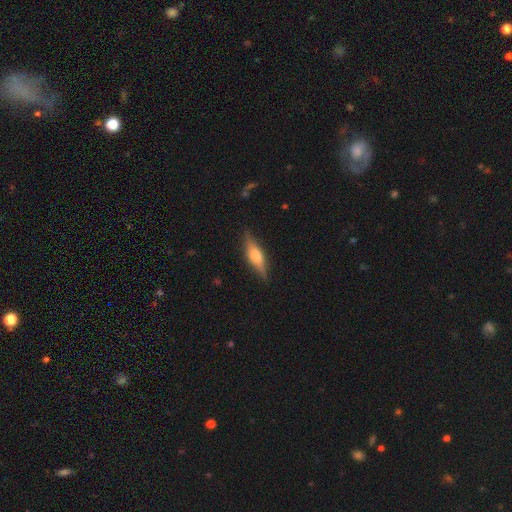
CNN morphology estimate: The model was most divided on "smooth or featured": featured or disk: 57%, smooth: 36%, star or artifact: 7%. More confident: edge-on disk — yes (93%); edge-on bulge — rounded (87%); merging — none (85%).